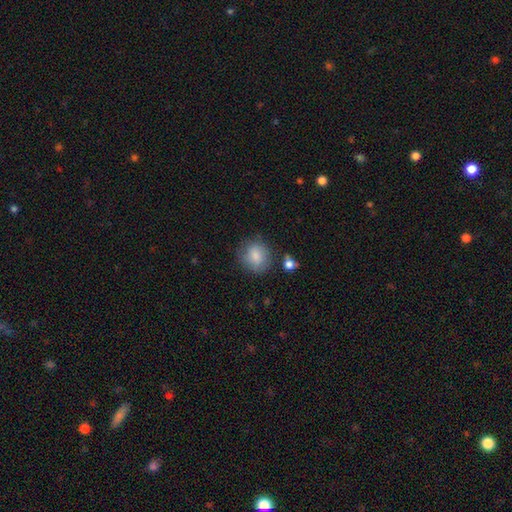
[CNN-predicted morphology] Q: Smooth or featured?
A: smooth (85%); runner-up: star or artifact (8%)
Q: How rounded?
A: round (75%); runner-up: in between (24%)
Q: Merging?
A: none (77%); runner-up: minor disturbance (15%)